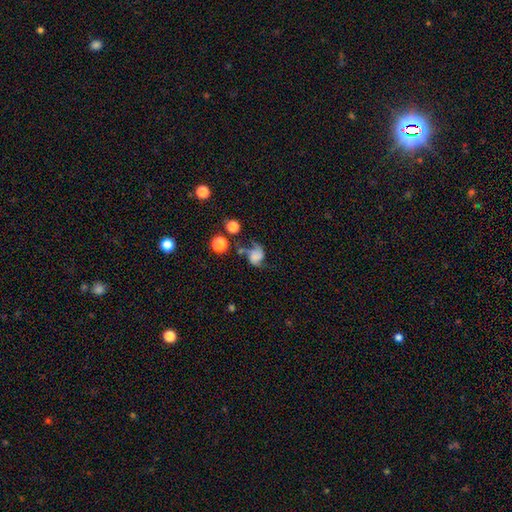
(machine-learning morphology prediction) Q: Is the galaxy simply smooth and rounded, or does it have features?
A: featured or disk — 48%.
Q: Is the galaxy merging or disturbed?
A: none — 36%.